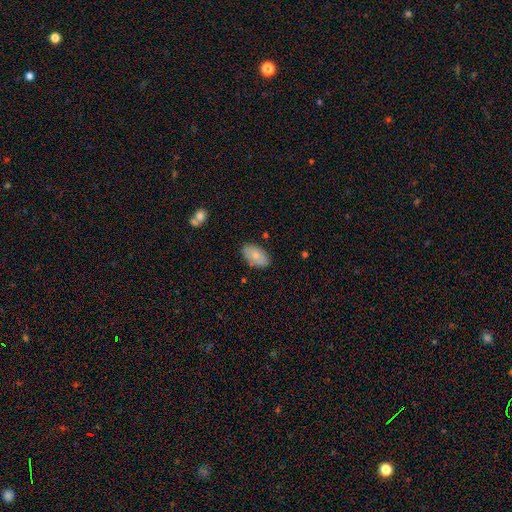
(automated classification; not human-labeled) smooth-or-featured: smooth: 79% | featured or disk: 15% | star or artifact: 6%
  how-rounded: in between: 94% | round: 4% | cigar-shaped: 2%
  merging: none: 82% | minor disturbance: 13% | major disturbance: 3% | merger: 2%